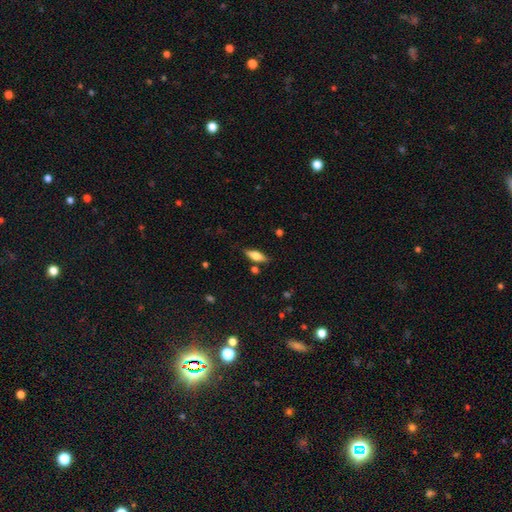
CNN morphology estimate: Q: Smooth or featured?
A: smooth (59%); runner-up: featured or disk (35%)
Q: How rounded?
A: in between (61%); runner-up: cigar-shaped (37%)
Q: Merging?
A: none (82%); runner-up: minor disturbance (11%)